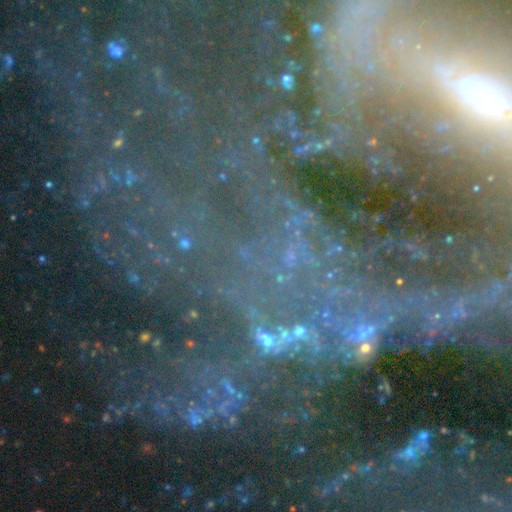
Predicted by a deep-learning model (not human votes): Smooth or featured? Predicted: star or artifact (p=0.53).